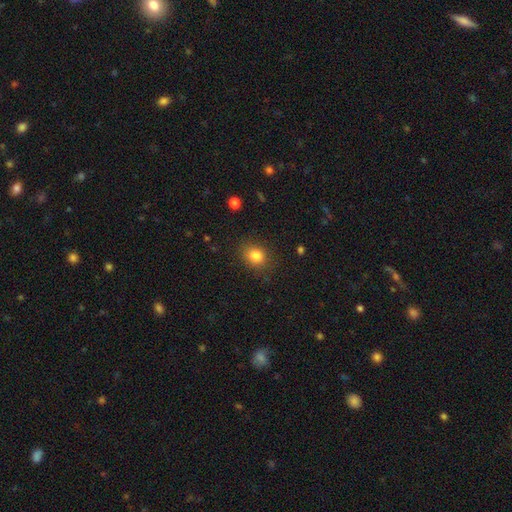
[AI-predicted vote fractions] Smooth or featured: smooth — 83% (star or artifact — 11%)
How rounded: round — 55% (in between — 44%)
Merging: none — 82% (minor disturbance — 12%)